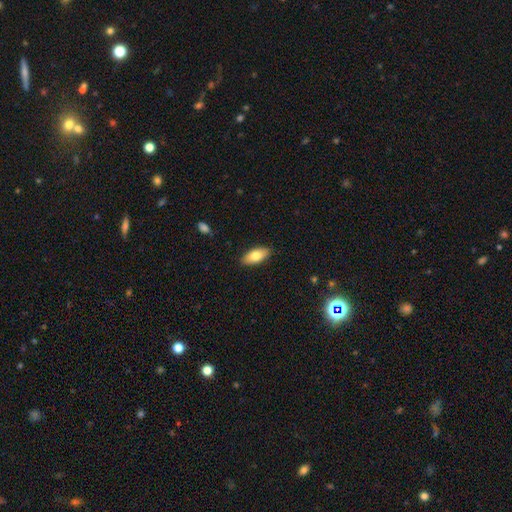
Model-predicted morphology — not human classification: smooth-or-featured: smooth: 77% | featured or disk: 17% | star or artifact: 7%
  how-rounded: in between: 88% | cigar-shaped: 10% | round: 3%
  merging: none: 88% | minor disturbance: 9% | major disturbance: 2% | merger: 1%